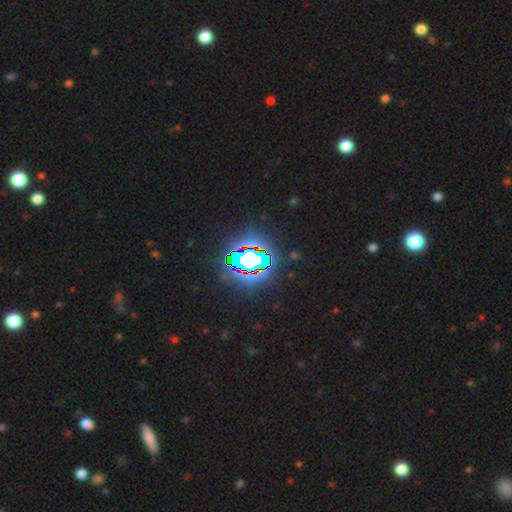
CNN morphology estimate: star or artifact 85%, smooth 9%, featured or disk 6%.